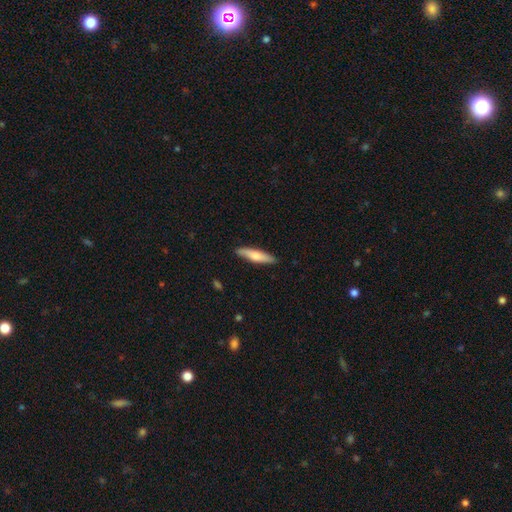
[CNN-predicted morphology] Overall: smooth (66%; featured or disk 29%). How rounded: cigar-shaped (81%). Merging: none (87%).